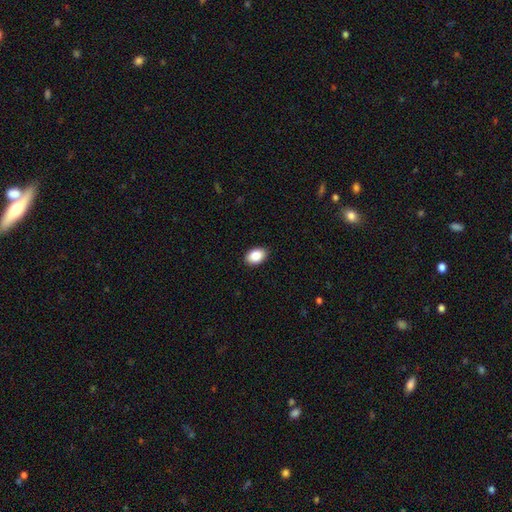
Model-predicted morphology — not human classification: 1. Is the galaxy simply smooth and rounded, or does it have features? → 88% smooth, 7% star or artifact, 5% featured or disk.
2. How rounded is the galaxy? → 87% in between, 12% round, 1% cigar-shaped.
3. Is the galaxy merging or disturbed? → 90% none, 8% minor disturbance, 2% major disturbance, 1% merger.